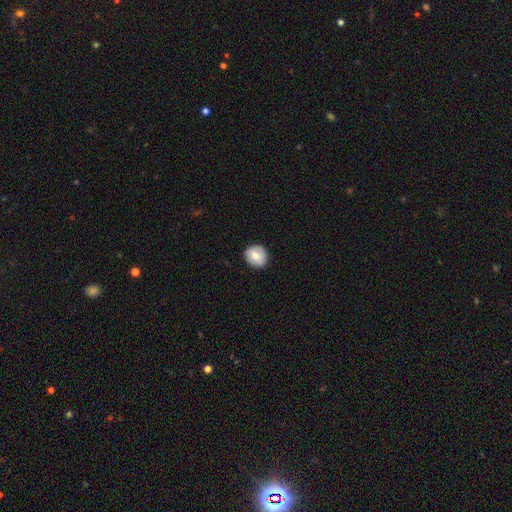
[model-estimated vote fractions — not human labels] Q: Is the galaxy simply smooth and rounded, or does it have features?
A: smooth — 66%.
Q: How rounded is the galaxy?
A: round — 76%.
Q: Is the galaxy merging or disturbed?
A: none — 85%.